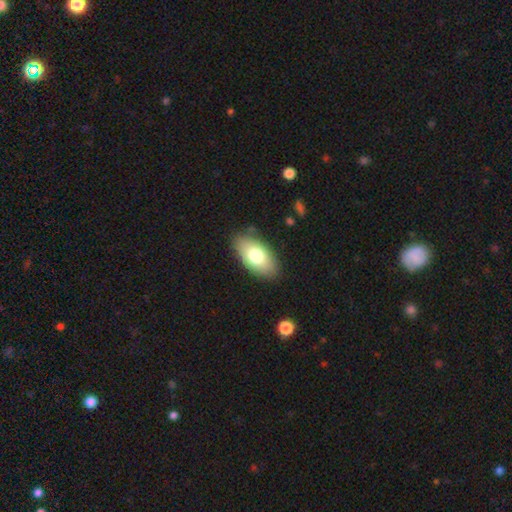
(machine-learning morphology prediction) Smooth or featured: smooth — 75% (featured or disk — 18%)
How rounded: in between — 94% (round — 4%)
Merging: none — 83% (minor disturbance — 12%)